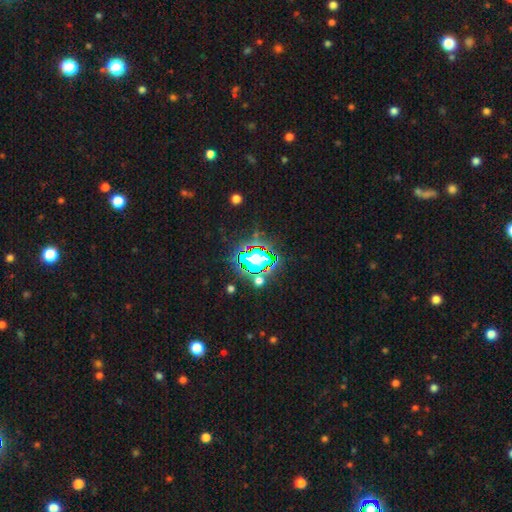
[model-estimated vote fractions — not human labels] This appears to be a star or artifact, not a galaxy (77%).